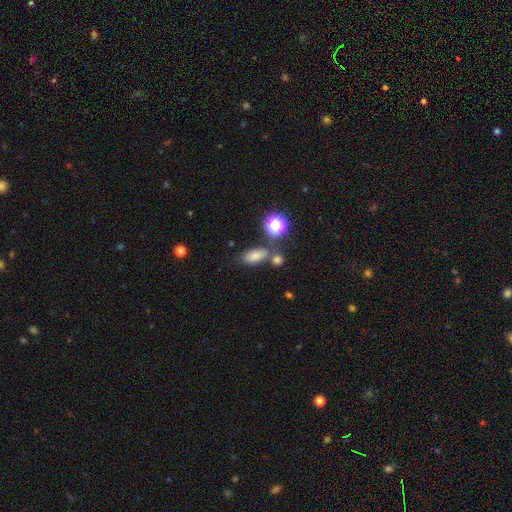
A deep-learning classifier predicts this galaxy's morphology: Smooth or featured: smooth — 75% (star or artifact — 16%)
How rounded: in between — 82% (round — 11%)
Merging: none — 64% (merger — 17%)